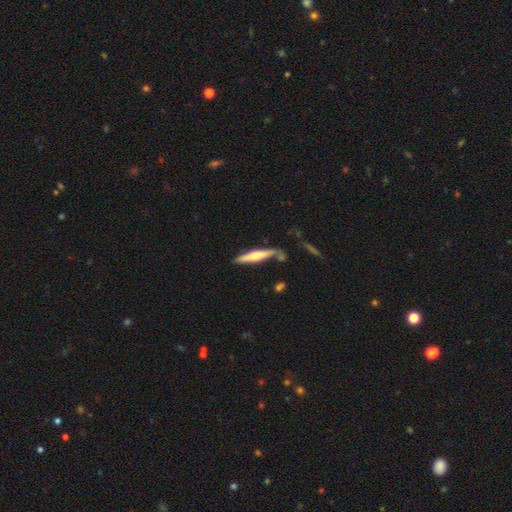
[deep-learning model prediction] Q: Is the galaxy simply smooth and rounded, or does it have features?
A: smooth — 53%.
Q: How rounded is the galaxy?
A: cigar-shaped — 89%.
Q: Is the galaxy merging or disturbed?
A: none — 68%.